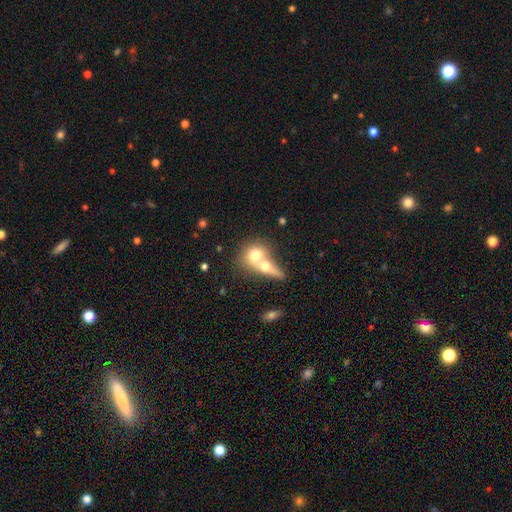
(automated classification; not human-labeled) Overall: smooth (66%). How rounded: round (62%; in between 32%). Merging: merger (67%).